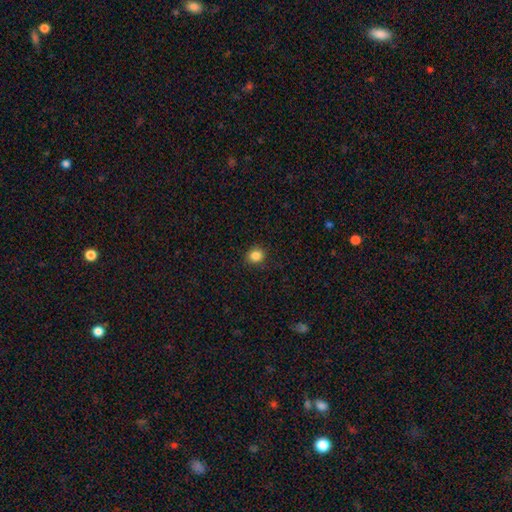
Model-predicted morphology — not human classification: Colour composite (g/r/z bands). It shows a smooth galaxy with no disk features (85%) that is round (78%). Merging: none (90%).